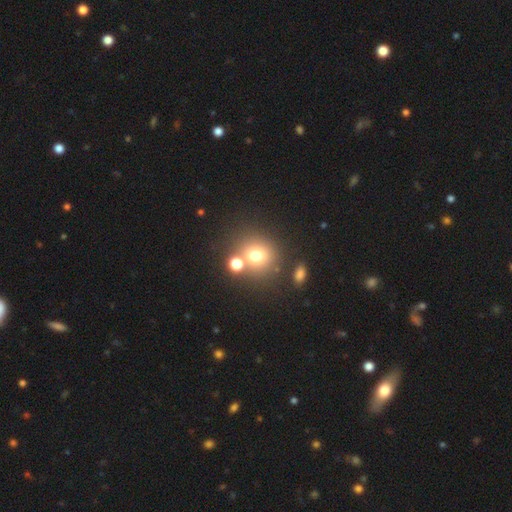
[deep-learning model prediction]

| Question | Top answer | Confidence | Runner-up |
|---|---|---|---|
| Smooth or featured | smooth | 71% | star or artifact (16%) |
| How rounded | round | 85% | in between (14%) |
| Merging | none | 63% | merger (24%) |